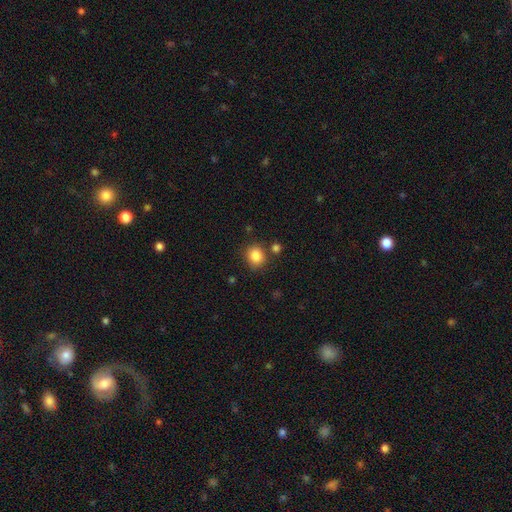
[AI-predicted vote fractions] A smooth galaxy with no disk features (85%) that is round (79%). Merging: none (79%).